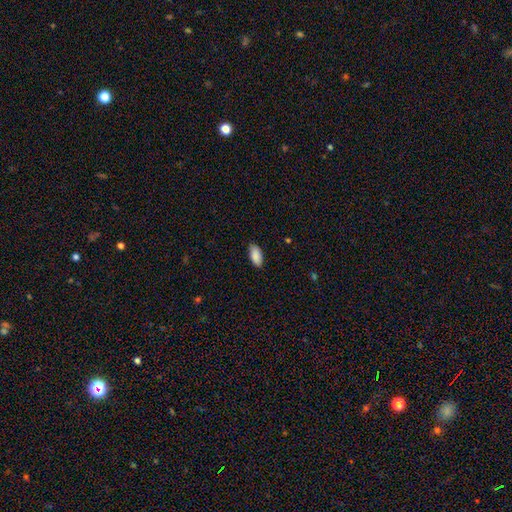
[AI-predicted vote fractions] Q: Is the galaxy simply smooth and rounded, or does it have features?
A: smooth — 90%.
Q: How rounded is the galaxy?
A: in between — 92%.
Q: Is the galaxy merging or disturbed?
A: none — 87%.